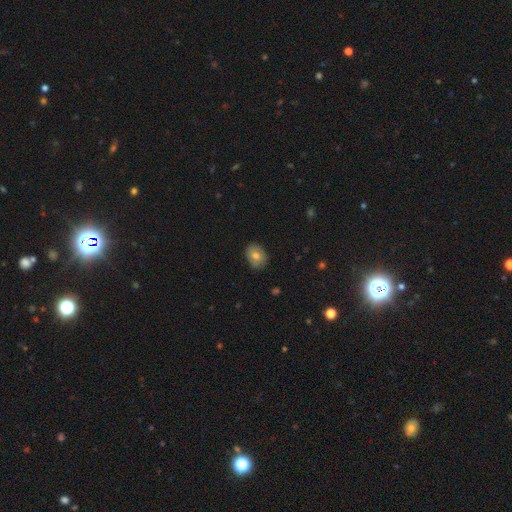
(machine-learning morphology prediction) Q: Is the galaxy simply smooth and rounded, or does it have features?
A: smooth — 72%.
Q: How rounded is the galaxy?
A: in between — 60%.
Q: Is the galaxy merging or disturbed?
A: none — 79%.